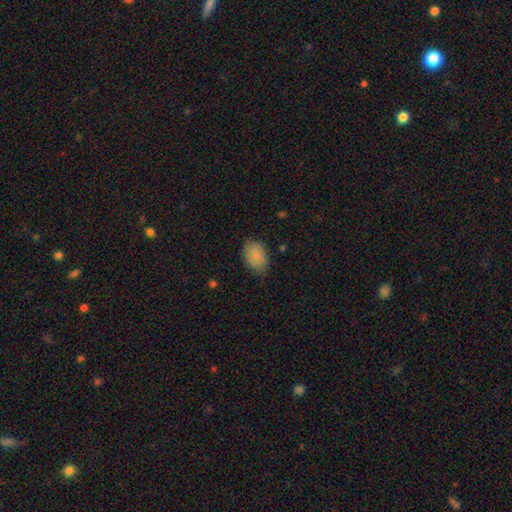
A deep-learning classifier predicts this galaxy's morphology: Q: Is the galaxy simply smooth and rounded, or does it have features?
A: smooth — 86%.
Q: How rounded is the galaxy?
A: in between — 78%.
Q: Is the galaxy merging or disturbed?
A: none — 76%.